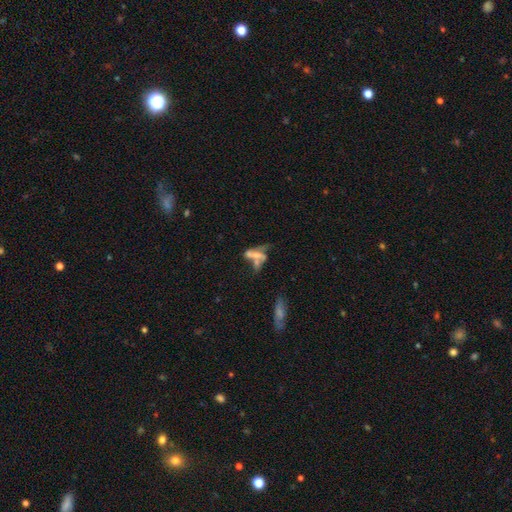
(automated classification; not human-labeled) Smooth or featured? Predicted: featured or disk (p=0.45). Merging? Predicted: merger (p=0.51).